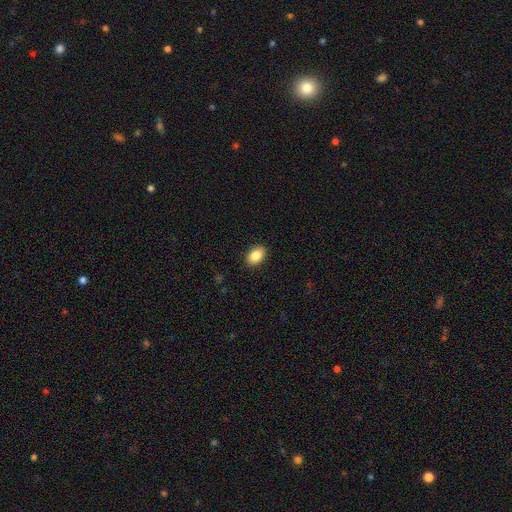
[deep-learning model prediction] This is clearly a smooth galaxy (85%). How rounded: clearly in between (85%). Merging: clearly none (89%).